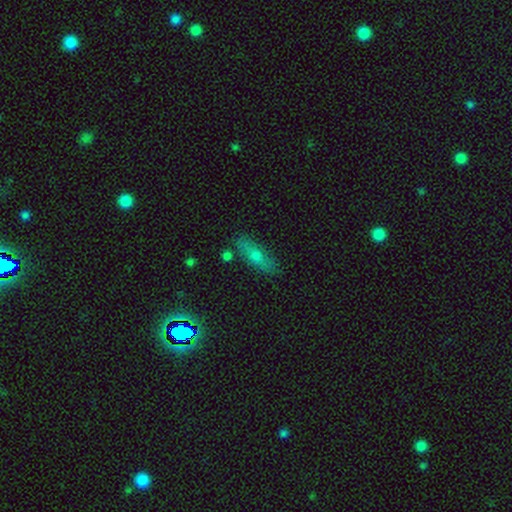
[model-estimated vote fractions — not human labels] Smooth or featured: smooth — 60% (featured or disk — 31%)
How rounded: in between — 51% (cigar-shaped — 45%)
Merging: none — 79% (minor disturbance — 13%)